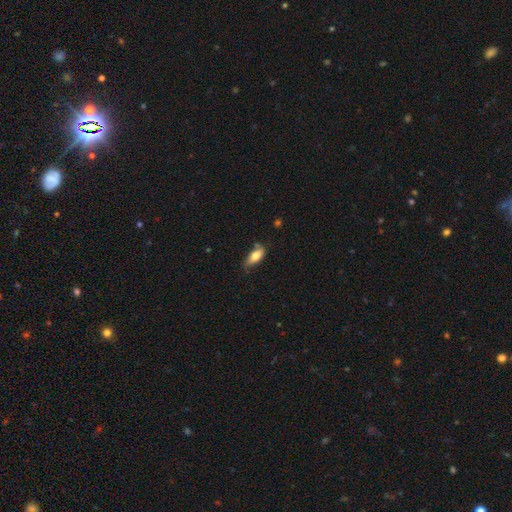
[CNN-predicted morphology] Q: Smooth or featured?
A: smooth (74%); runner-up: featured or disk (20%)
Q: How rounded?
A: in between (81%); runner-up: cigar-shaped (17%)
Q: Merging?
A: none (57%); runner-up: minor disturbance (31%)